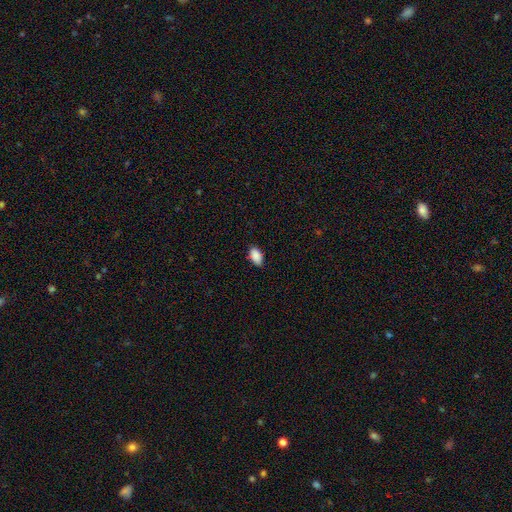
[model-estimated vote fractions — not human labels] Morphology: type=smooth (89%); roundness=in between (93%); merging=none (80%).